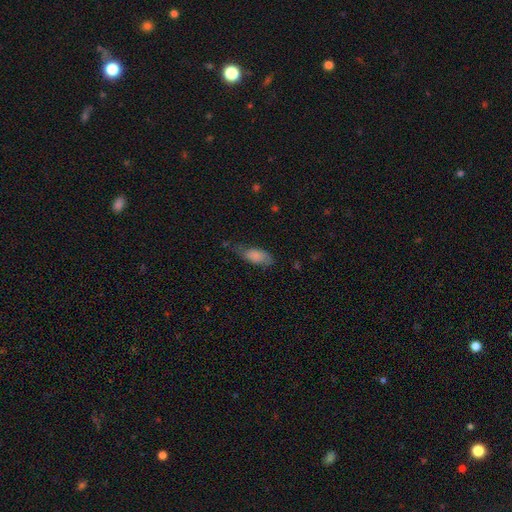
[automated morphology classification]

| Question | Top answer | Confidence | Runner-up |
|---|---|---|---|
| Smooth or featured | smooth | 78% | featured or disk (15%) |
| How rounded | in between | 86% | cigar-shaped (12%) |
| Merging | none | 53% | minor disturbance (34%) |